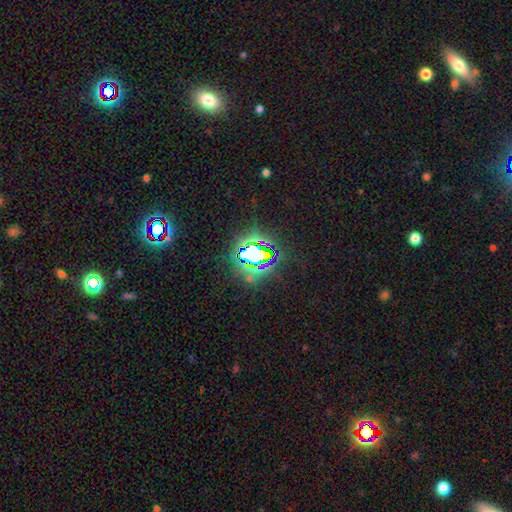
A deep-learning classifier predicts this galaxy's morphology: type=star or artifact (73%).